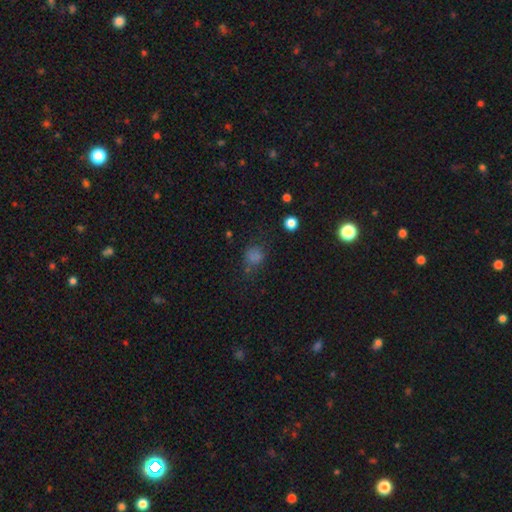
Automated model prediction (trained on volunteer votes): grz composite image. It shows a smooth galaxy with no disk features (67%) that is round (78%). Merging: none (68%).